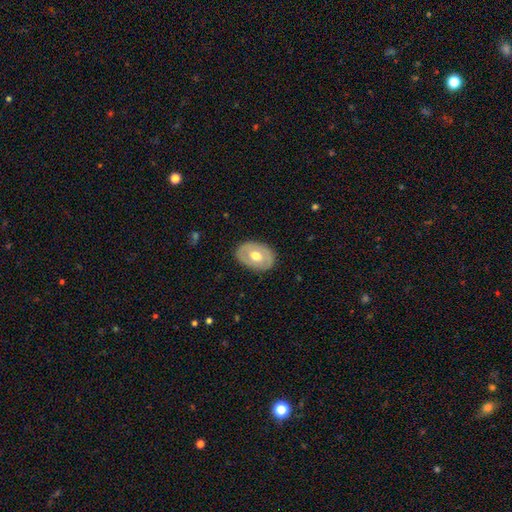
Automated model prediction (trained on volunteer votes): Overall: smooth (49%; featured or disk 46%). Merging: none (83%).